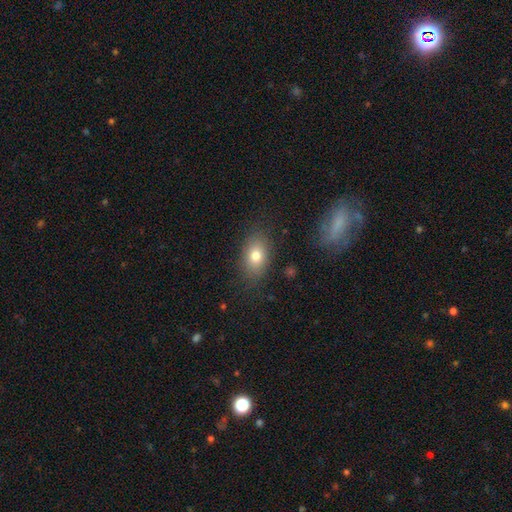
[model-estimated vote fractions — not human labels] smooth-or-featured: smooth: 77% | featured or disk: 13% | star or artifact: 10%
  how-rounded: in between: 82% | round: 16% | cigar-shaped: 2%
  merging: none: 82% | minor disturbance: 12% | major disturbance: 4% | merger: 2%